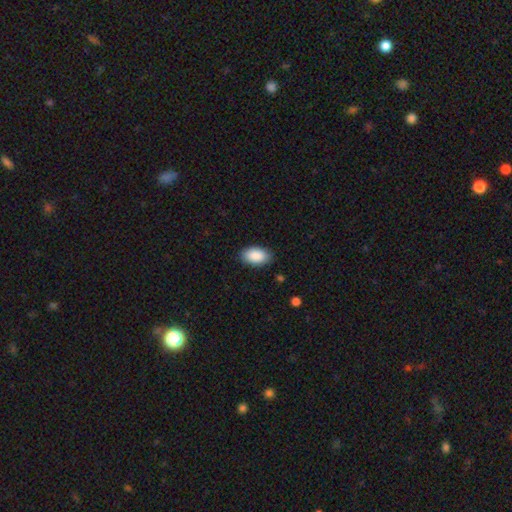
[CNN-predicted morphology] Smooth or featured? smooth (90%)
How rounded? in between (94%)
Merging? none (86%)